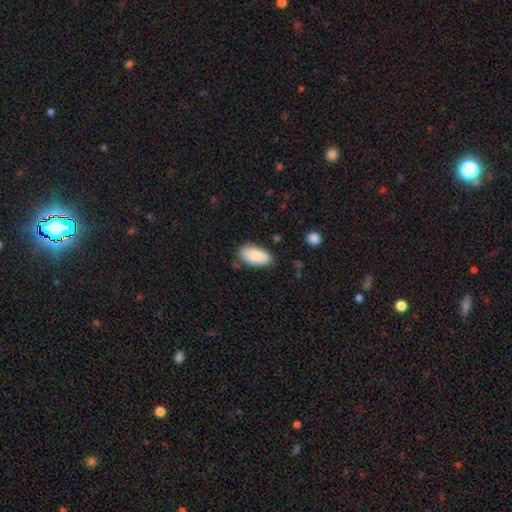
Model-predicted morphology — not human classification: A smooth galaxy with no disk features (86%) that is in between round and cigar-shaped (95%).

Vote fractions:
- Smooth or featured? smooth: 86% / featured or disk: 8% / star or artifact: 6%
- How rounded? in between: 95% / cigar-shaped: 3% / round: 3%
- Merging? none: 79% / minor disturbance: 16% / major disturbance: 3% / merger: 2%